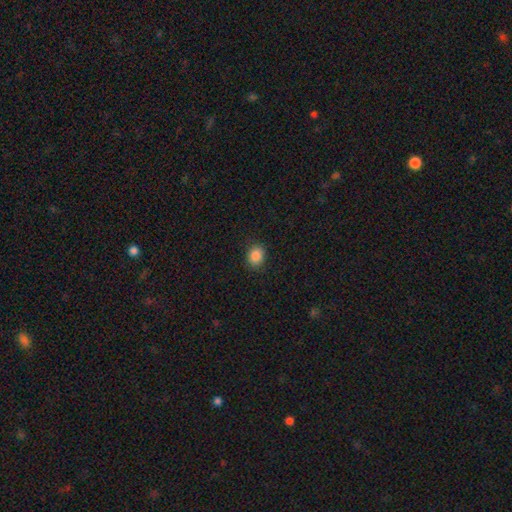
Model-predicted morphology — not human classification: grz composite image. It shows a smooth galaxy with no disk features (87%) that is round (54%). Merging: none (88%).